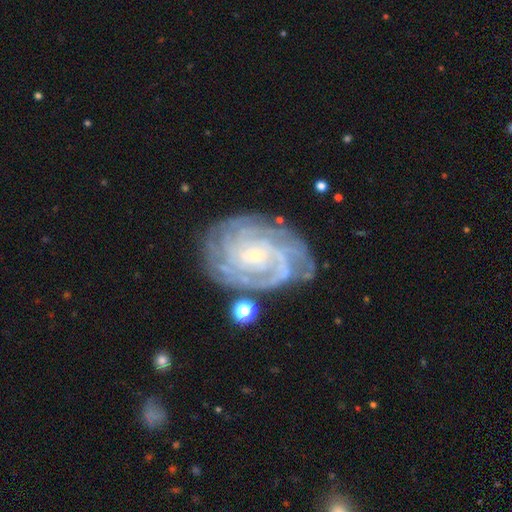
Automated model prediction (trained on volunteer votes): This appears to be a featured or disk galaxy (89%) with no bar (75%), 4 (25%, tied with can't tell) tight (78%) spiral arms (97%) and a small central bulge (87%). Merging: none (75%).